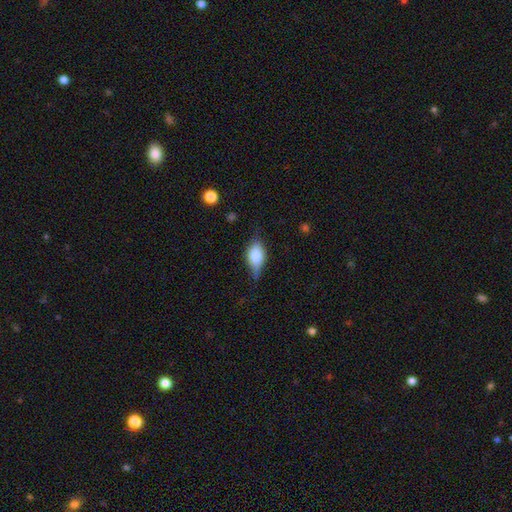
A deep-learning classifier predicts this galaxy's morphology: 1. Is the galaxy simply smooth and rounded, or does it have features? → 61% smooth, 31% featured or disk, 8% star or artifact.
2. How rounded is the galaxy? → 83% in between, 9% cigar-shaped, 8% round.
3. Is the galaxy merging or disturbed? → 56% none, 32% minor disturbance, 10% major disturbance, 2% merger.